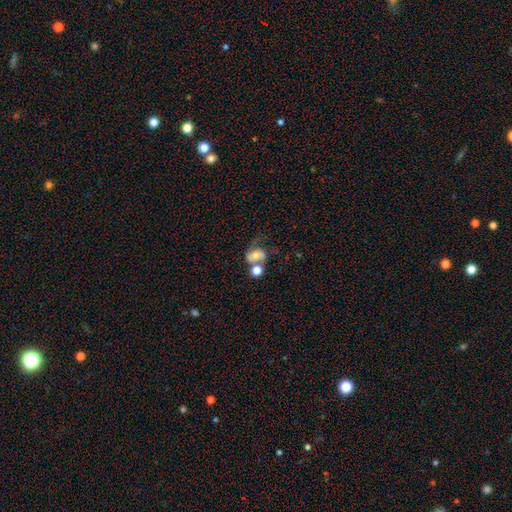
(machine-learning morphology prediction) Overall: featured or disk (46%; smooth 43%). Merging: merger (38%; none 27%).